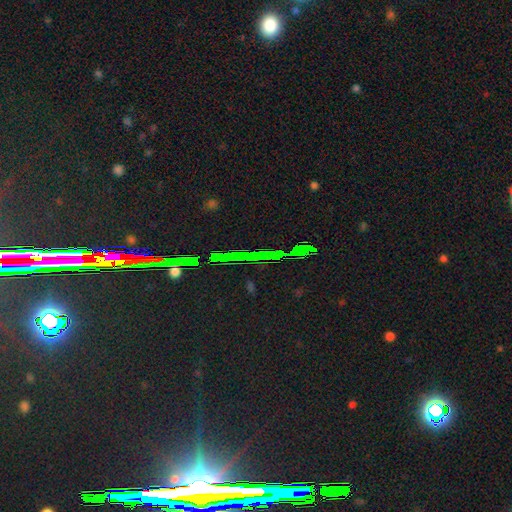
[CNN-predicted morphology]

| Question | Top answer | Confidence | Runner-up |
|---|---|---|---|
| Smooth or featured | star or artifact | 81% | featured or disk (10%) |